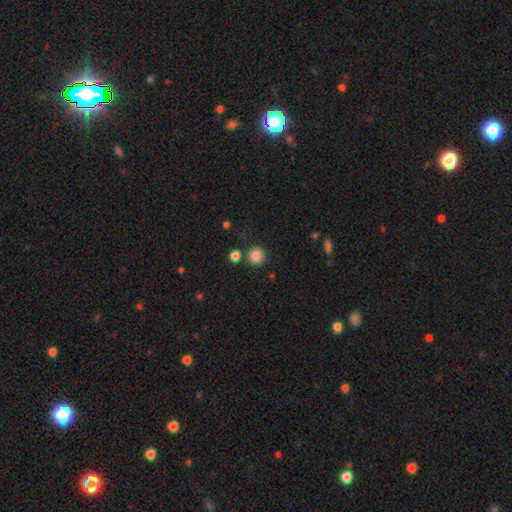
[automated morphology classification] type=smooth (86%); roundness=round (93%); merging=none (81%).